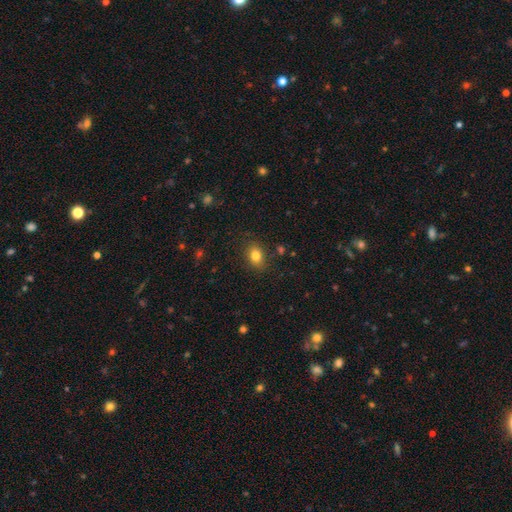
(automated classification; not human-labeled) Morphology: type=smooth (82%); roundness=in between (72%); merging=none (84%).